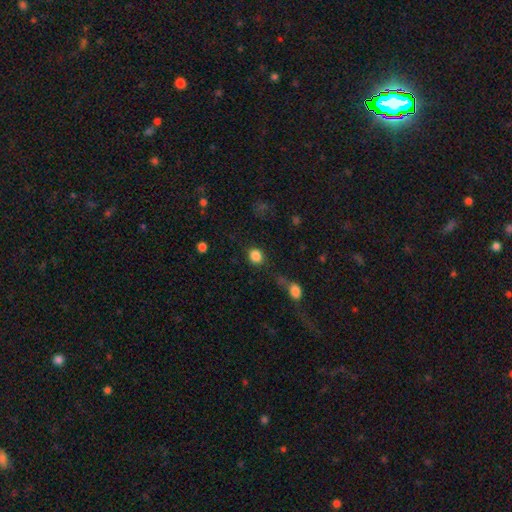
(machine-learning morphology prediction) smooth-or-featured: smooth: 86% | star or artifact: 10% | featured or disk: 4%
  how-rounded: round: 79% | in between: 20% | cigar-shaped: 1%
  merging: none: 80% | minor disturbance: 10% | merger: 6% | major disturbance: 5%